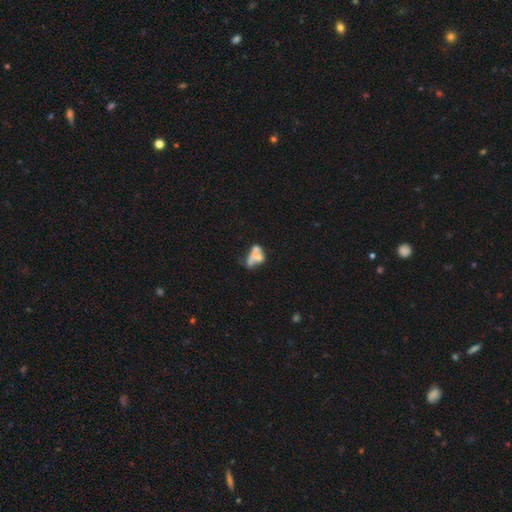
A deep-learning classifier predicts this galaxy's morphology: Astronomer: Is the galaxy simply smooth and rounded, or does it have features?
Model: smooth — 48% (runner-up: featured or disk, 40%).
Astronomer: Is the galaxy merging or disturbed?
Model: merger — 51%.